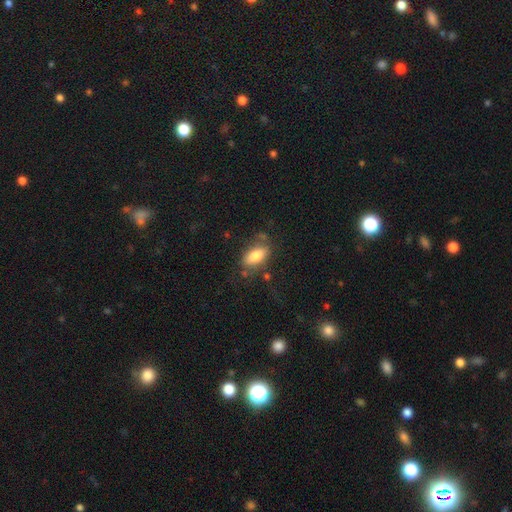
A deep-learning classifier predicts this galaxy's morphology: This is likely a smooth galaxy (75%). How rounded: clearly in between (85%). Merging: likely none (68%).